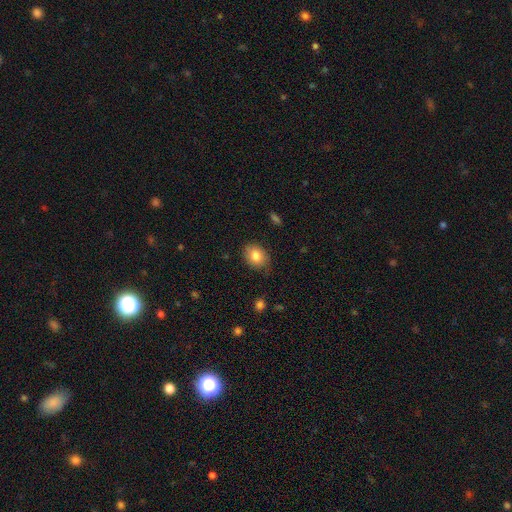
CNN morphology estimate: smooth-or-featured: smooth: 82% | featured or disk: 10% | star or artifact: 9%
  how-rounded: in between: 59% | round: 40% | cigar-shaped: 1%
  merging: none: 79% | minor disturbance: 17% | major disturbance: 3% | merger: 1%